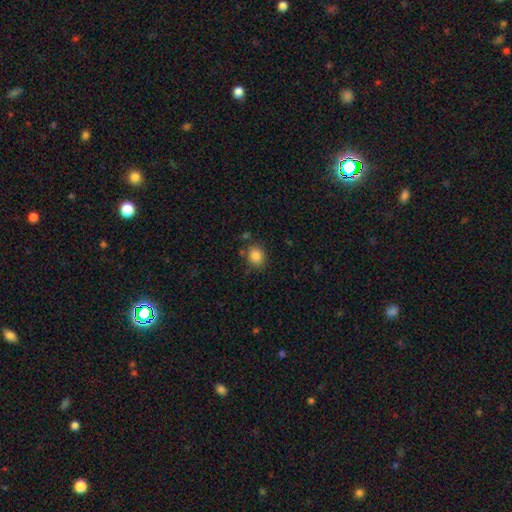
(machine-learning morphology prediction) Overall: smooth (86%). How rounded: round (66%; in between 33%). Merging: none (80%).